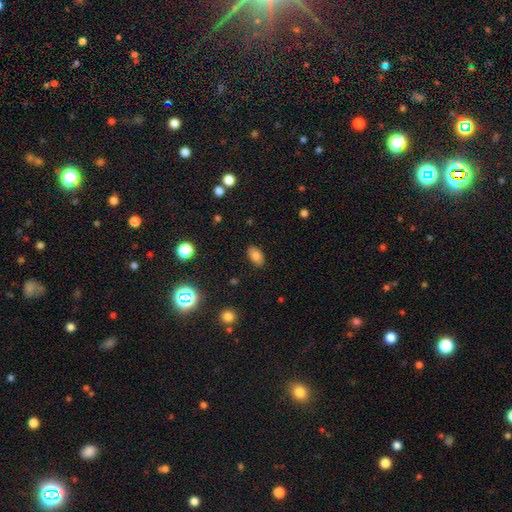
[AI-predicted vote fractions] A smooth galaxy with no disk features (77%) that is in between round and cigar-shaped (91%). Merging: none (85%).